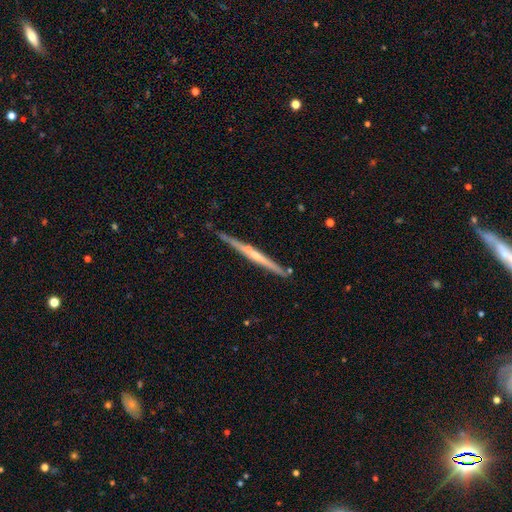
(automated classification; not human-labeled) A featured or disk galaxy (69%) viewed edge-on (98%) with no central bulge (55%). Merging: none (84%).